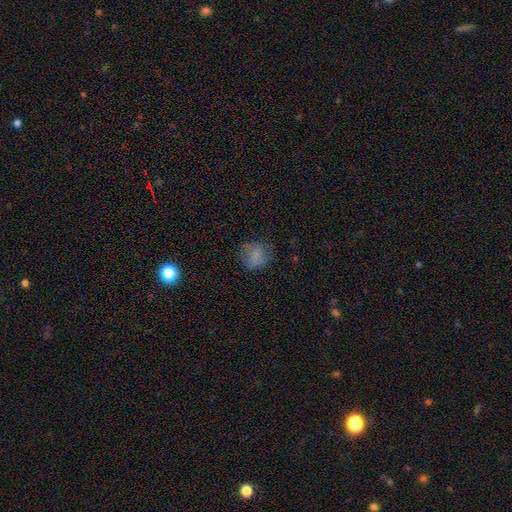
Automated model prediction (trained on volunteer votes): Smooth or featured?
  - smooth: 76% *
  - featured or disk: 12%
  - star or artifact: 12%
How rounded?
  - round: 82% *
  - in between: 17%
  - cigar-shaped: 1%
Merging?
  - none: 72% *
  - minor disturbance: 19%
  - major disturbance: 8%
  - merger: 1%